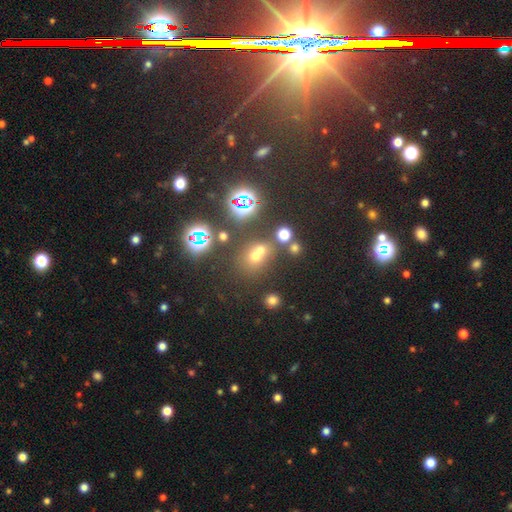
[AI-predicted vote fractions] Smooth or featured? smooth (51%)
How rounded? round (69%)
Merging? none (44%)